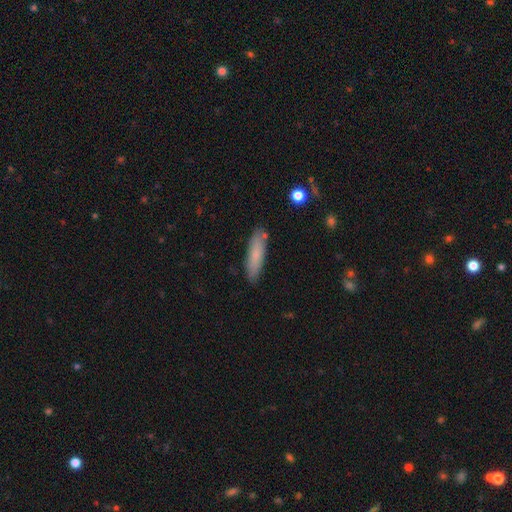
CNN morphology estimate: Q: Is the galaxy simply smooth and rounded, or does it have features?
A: smooth — 78%.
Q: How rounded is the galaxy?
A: cigar-shaped — 73%.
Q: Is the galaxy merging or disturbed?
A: none — 82%.